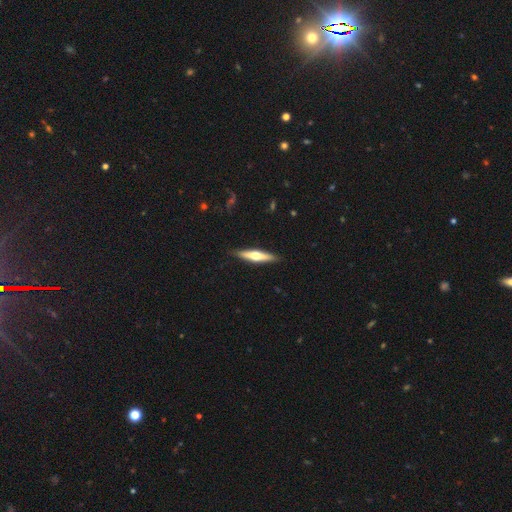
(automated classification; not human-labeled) Smooth or featured? featured or disk (57%)
Edge-on disk? yes (95%)
Edge-on bulge? rounded (93%)
Merging? none (89%)